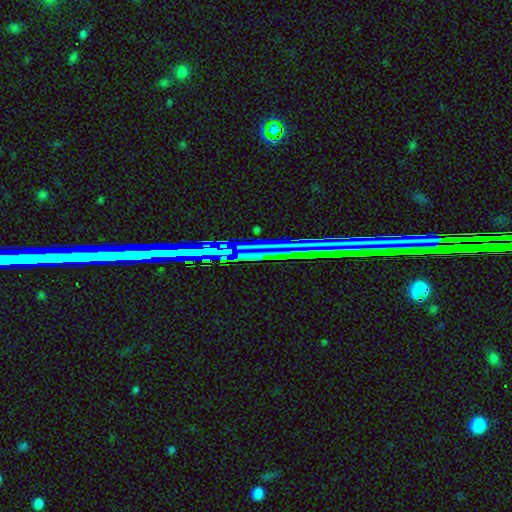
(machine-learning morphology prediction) smooth_or_featured: star or artifact (p=0.74) [alt: featured or disk p=0.16]